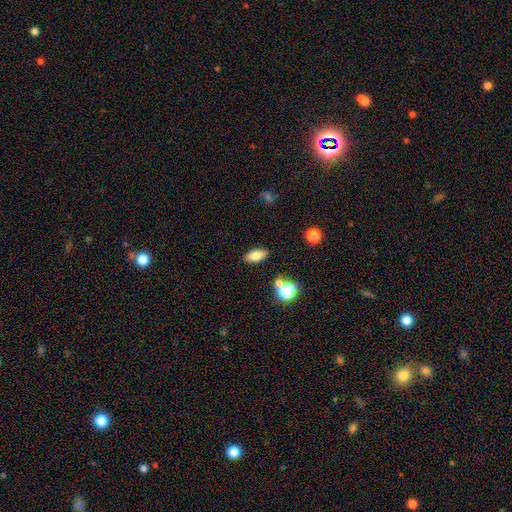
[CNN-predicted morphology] A smooth galaxy with no disk features (75%) that is in between round and cigar-shaped (83%).

Vote fractions:
- Smooth or featured? smooth: 75% / featured or disk: 14% / star or artifact: 10%
- How rounded? in between: 83% / cigar-shaped: 12% / round: 5%
- Merging? none: 85% / minor disturbance: 9% / merger: 3% / major disturbance: 2%